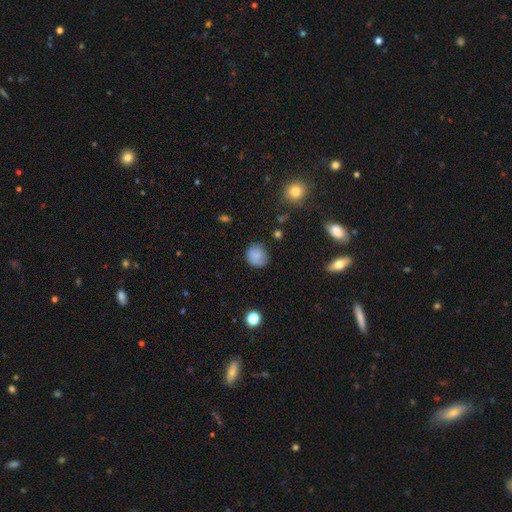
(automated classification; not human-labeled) Q: Smooth or featured?
A: smooth (82%); runner-up: star or artifact (11%)
Q: How rounded?
A: round (79%); runner-up: in between (20%)
Q: Merging?
A: none (76%); runner-up: minor disturbance (18%)